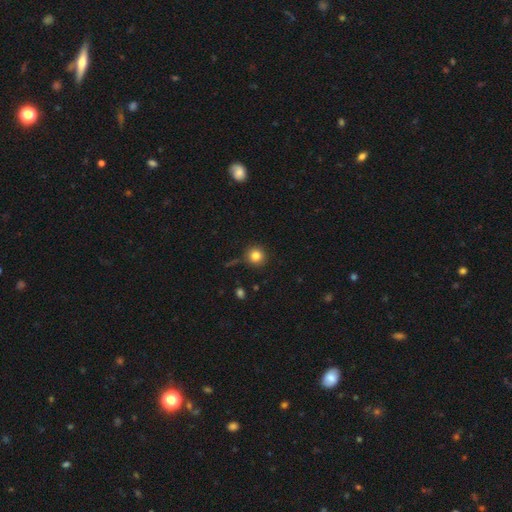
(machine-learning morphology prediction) A smooth galaxy with no disk features (82%) that is round (94%). Merging: none (87%).